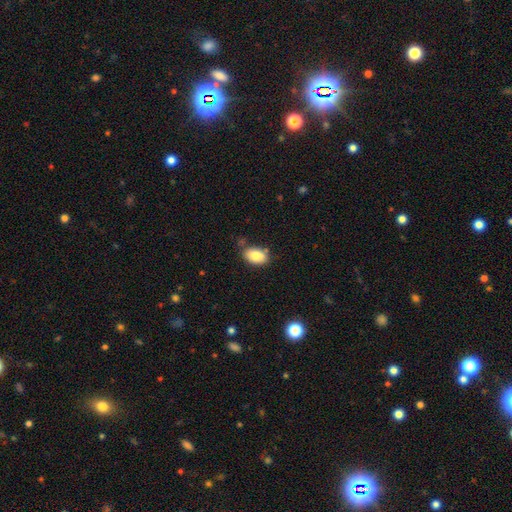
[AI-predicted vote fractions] A smooth galaxy with no disk features (82%) that is in between round and cigar-shaped (90%). Merging: none (70%).